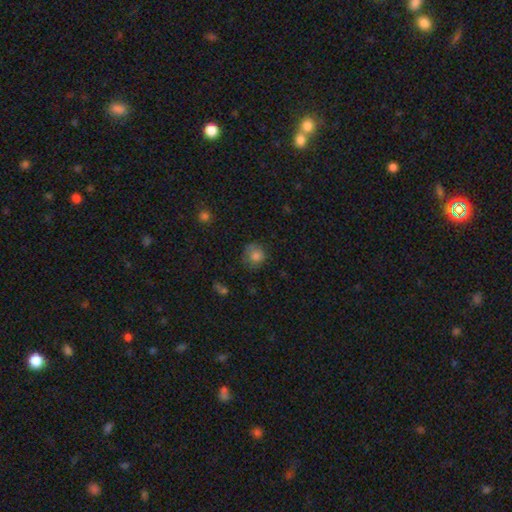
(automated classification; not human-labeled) The model was most divided on "merging": none: 60%, minor disturbance: 26%, major disturbance: 11%, merger: 2%. More confident: how rounded — round (80%); smooth or featured — smooth (80%).